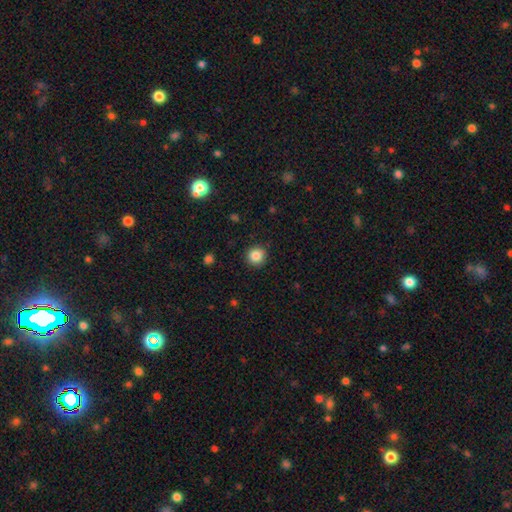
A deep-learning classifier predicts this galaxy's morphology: A smooth galaxy with no disk features (85%) that is round (93%).

Vote fractions:
- Smooth or featured? smooth: 85% / star or artifact: 10% / featured or disk: 5%
- How rounded? round: 93% / in between: 6% / cigar-shaped: 1%
- Merging? none: 91% / minor disturbance: 6% / major disturbance: 2% / merger: 1%